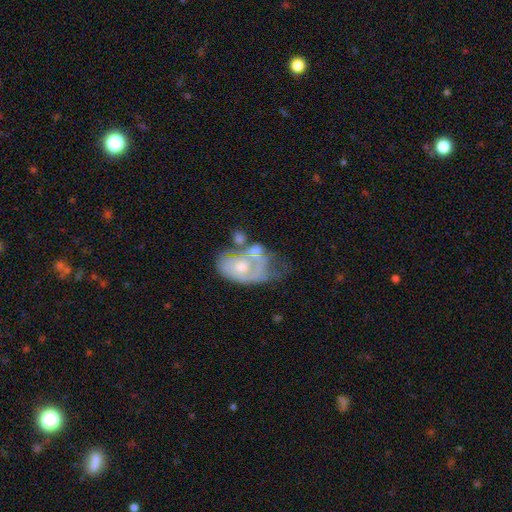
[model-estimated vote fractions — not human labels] This appears to be a featured or disk galaxy (66%) with no bar (83%), spiral arms (52%) and a moderate central bulge (60%). Merging: major disturbance (31%).